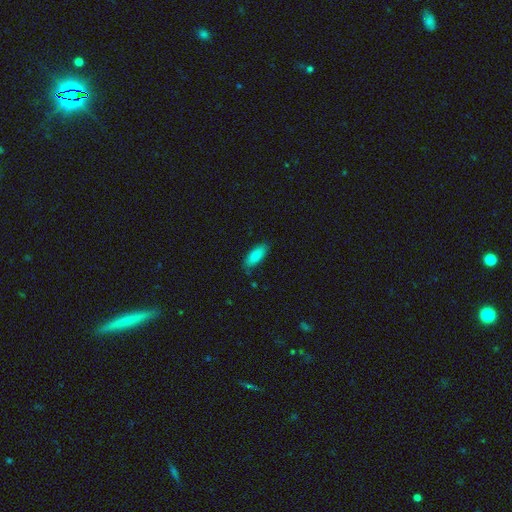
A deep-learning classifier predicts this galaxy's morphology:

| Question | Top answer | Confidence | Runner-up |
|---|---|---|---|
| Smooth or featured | smooth | 84% | featured or disk (9%) |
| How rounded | in between | 77% | cigar-shaped (21%) |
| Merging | none | 81% | minor disturbance (15%) |